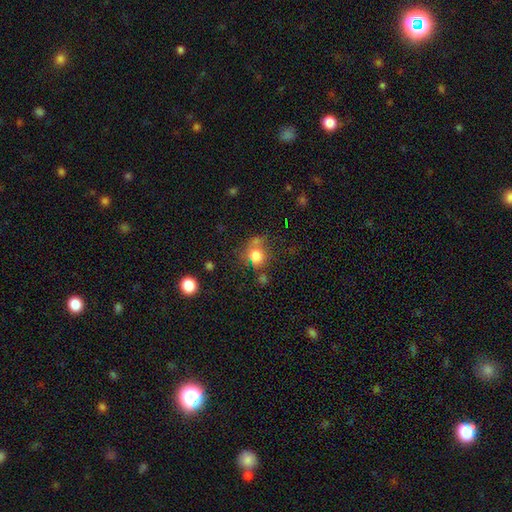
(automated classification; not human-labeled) A smooth galaxy with no disk features (76%) that is round (79%).

Vote fractions:
- Smooth or featured? smooth: 76% / star or artifact: 14% / featured or disk: 10%
- How rounded? round: 79% / in between: 19% / cigar-shaped: 1%
- Merging? none: 53% / merger: 19% / minor disturbance: 18% / major disturbance: 10%